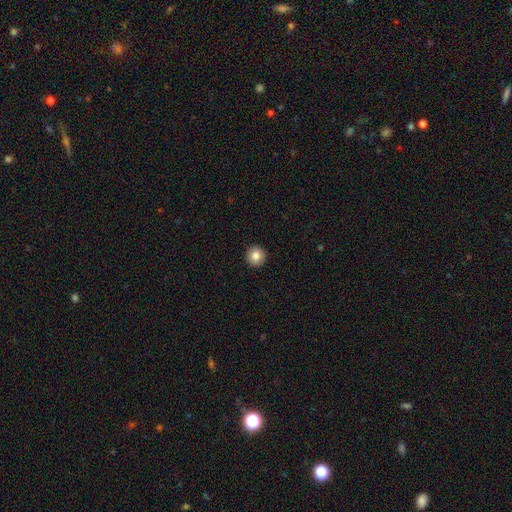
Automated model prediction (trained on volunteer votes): Smooth or featured? smooth (84%)
How rounded? round (95%)
Merging? none (93%)